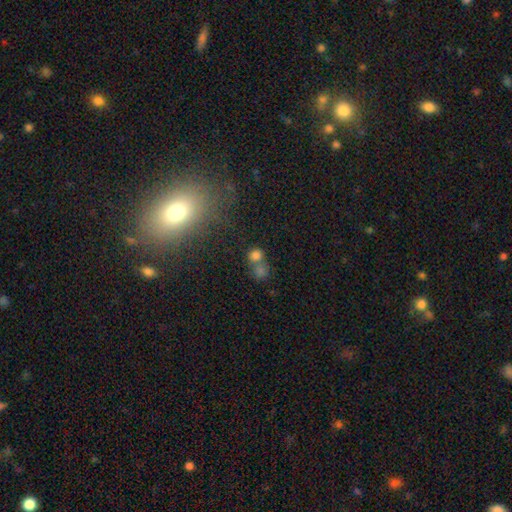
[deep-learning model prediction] Smooth or featured? Predicted: smooth (p=0.73). How rounded? Predicted: round (p=0.84). Merging? Predicted: merger (p=0.46).